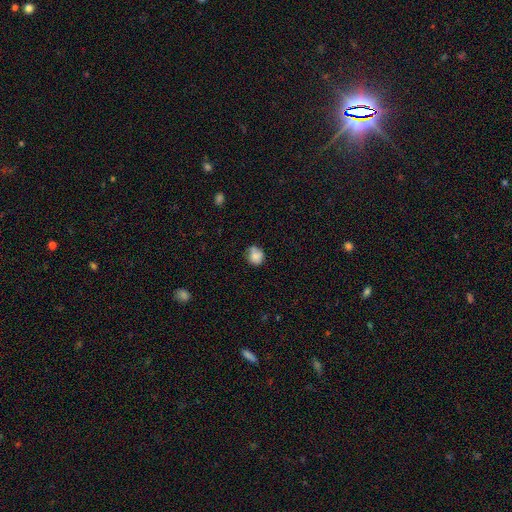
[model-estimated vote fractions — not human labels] Overall: smooth (80%). How rounded: round (78%). Merging: none (59%; minor disturbance 28%).